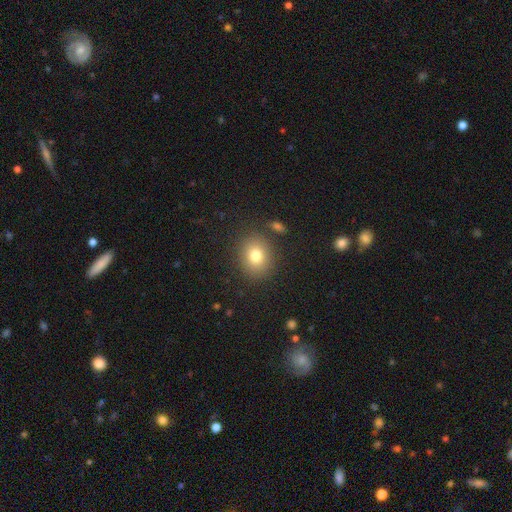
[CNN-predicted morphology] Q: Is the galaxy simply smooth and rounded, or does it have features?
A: smooth — 78%.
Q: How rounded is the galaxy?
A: round — 66%.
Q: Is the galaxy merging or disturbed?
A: none — 85%.